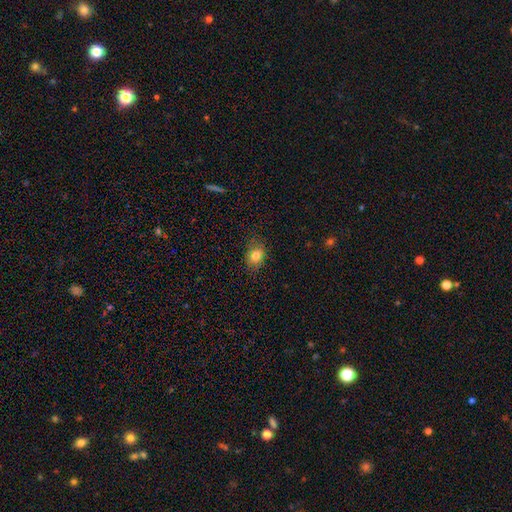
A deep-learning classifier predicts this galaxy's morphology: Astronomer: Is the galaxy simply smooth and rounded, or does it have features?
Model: smooth — 80%.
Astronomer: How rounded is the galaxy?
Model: in between — 54% (runner-up: round, 45%).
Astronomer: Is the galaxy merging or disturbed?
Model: none — 81%.